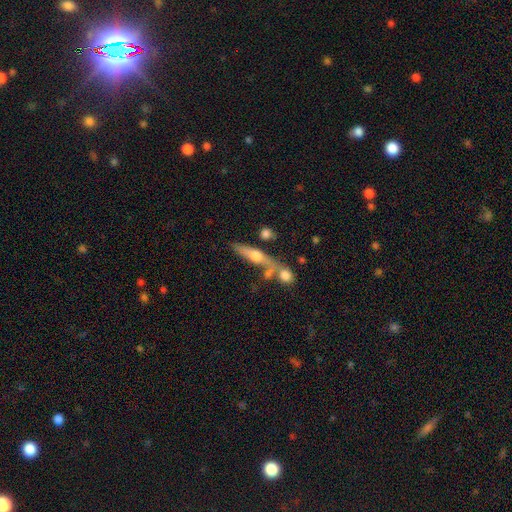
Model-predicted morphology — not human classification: This is possibly a featured or disk galaxy (56%). It is clearly viewed edge-on (85%). Merging: possibly none (57%).